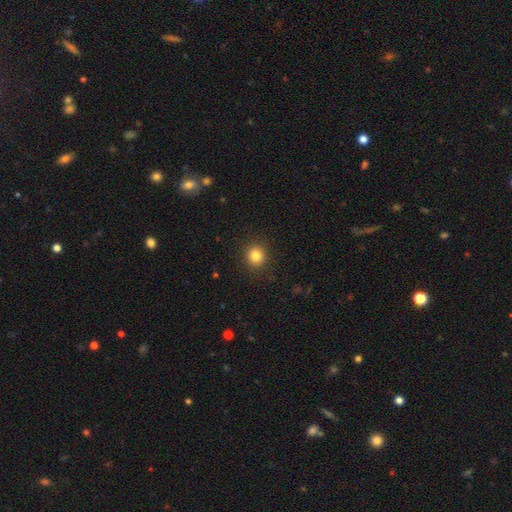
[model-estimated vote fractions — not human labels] This appears to be a smooth galaxy with no disk features (83%) that is round (88%). Merging: none (91%).